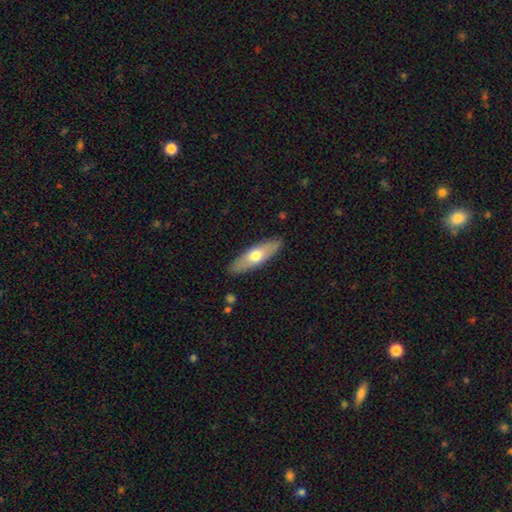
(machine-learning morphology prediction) smooth_or_featured: smooth (p=0.57) [alt: featured or disk p=0.38]
how_rounded: in between (p=0.51) [alt: cigar-shaped p=0.47]
merging: none (p=0.87) [alt: minor disturbance p=0.09]